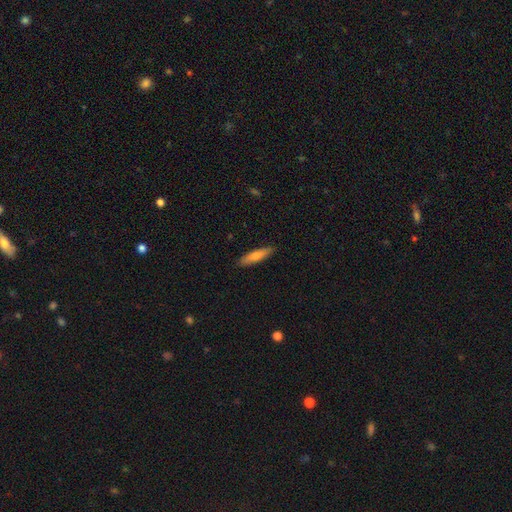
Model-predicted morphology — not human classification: Q: Smooth or featured?
A: smooth (65%); runner-up: featured or disk (29%)
Q: How rounded?
A: cigar-shaped (79%); runner-up: in between (19%)
Q: Merging?
A: none (90%); runner-up: minor disturbance (8%)